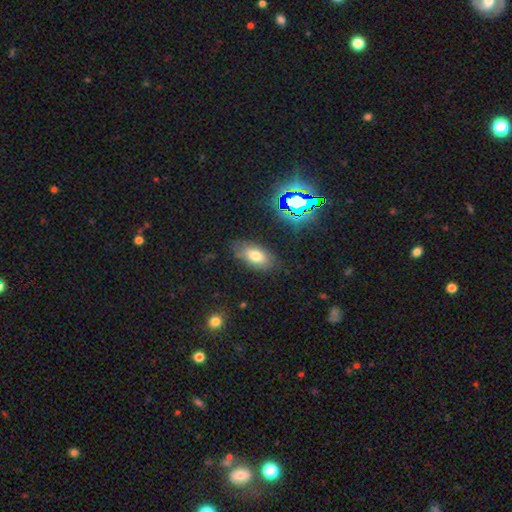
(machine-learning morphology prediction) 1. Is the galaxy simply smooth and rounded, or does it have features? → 68% smooth, 17% featured or disk, 15% star or artifact.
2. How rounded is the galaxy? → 89% in between, 5% round, 5% cigar-shaped.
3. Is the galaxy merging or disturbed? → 75% none, 18% minor disturbance, 5% major disturbance, 2% merger.